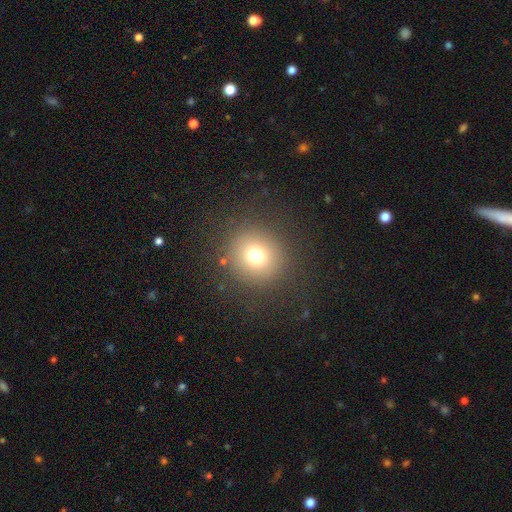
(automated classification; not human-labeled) Smooth or featured? Predicted: smooth (p=0.72). How rounded? Predicted: round (p=0.91). Merging? Predicted: none (p=0.87).